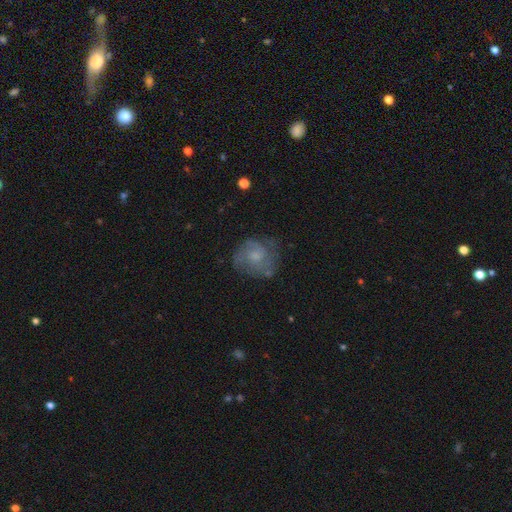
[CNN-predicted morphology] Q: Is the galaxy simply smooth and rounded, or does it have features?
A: featured or disk — 49%.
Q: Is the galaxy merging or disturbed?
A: none — 62%.